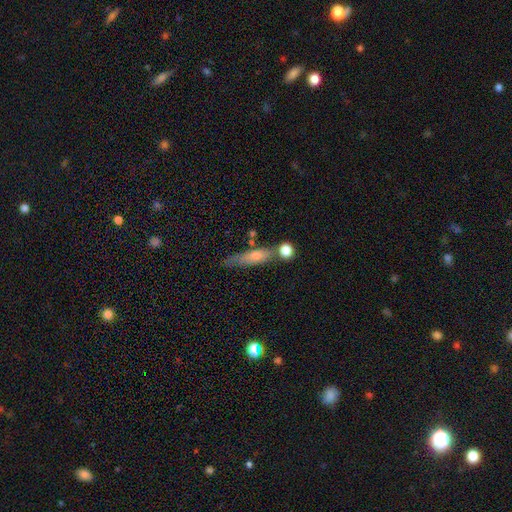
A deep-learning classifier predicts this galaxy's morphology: Smooth or featured?
  - smooth: 57% *
  - featured or disk: 34%
  - star or artifact: 9%
How rounded?
  - cigar-shaped: 69% *
  - in between: 26%
  - round: 5%
Merging?
  - none: 52% *
  - minor disturbance: 20%
  - merger: 19%
  - major disturbance: 9%